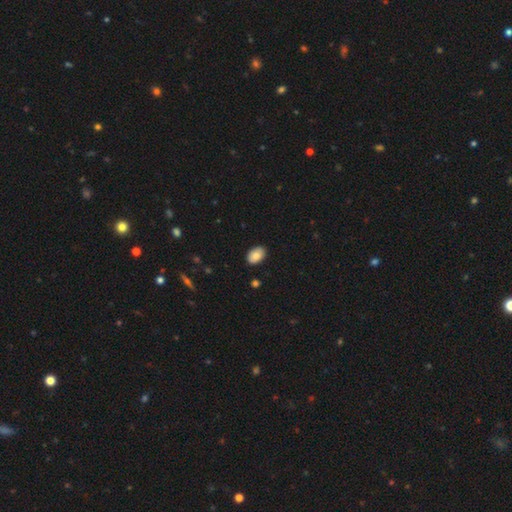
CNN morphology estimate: Overall: smooth (86%). How rounded: in between (90%). Merging: none (87%).